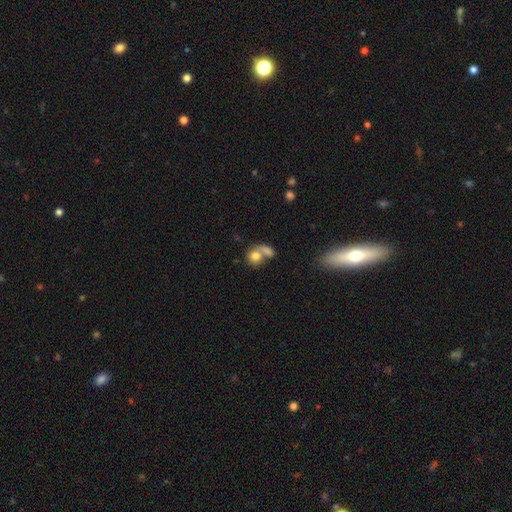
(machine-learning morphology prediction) This is likely a smooth galaxy (77%). How rounded: likely round (73%). Merging: possibly merger (51%).